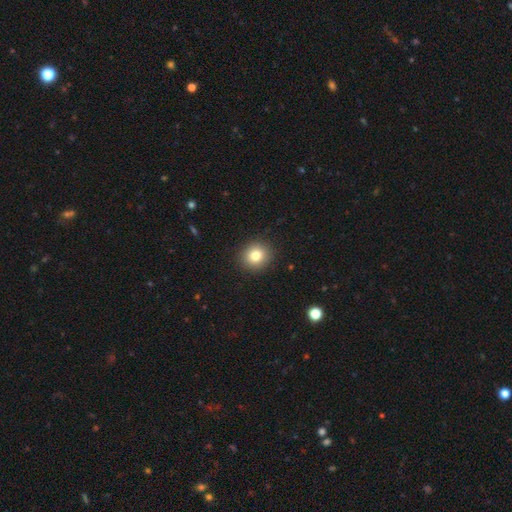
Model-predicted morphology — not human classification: smooth 81%, star or artifact 11%, featured or disk 8%. Down the decision tree: how rounded — round (84%); merging — none (91%).